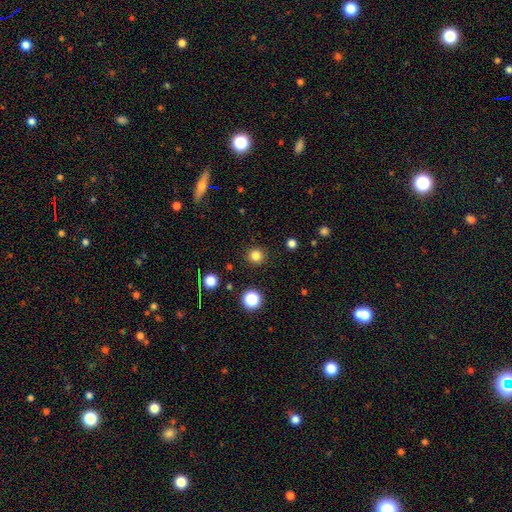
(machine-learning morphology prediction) smooth-or-featured: smooth: 82% | star or artifact: 14% | featured or disk: 4%
  how-rounded: round: 94% | in between: 5% | cigar-shaped: 1%
  merging: none: 91% | minor disturbance: 5% | major disturbance: 2% | merger: 1%